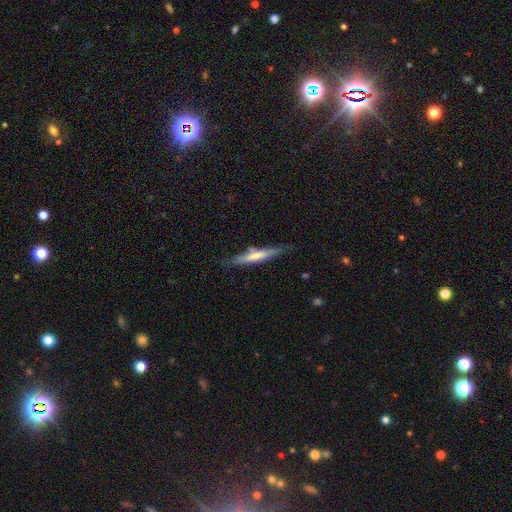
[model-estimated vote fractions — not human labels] A smooth galaxy with no disk features (55%) that is cigar-shaped (91%). Merging: none (77%).